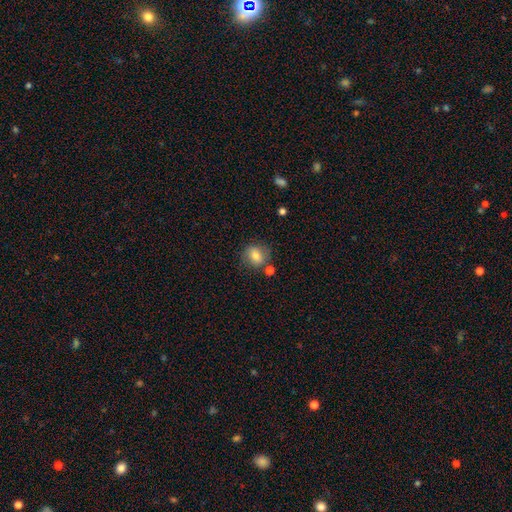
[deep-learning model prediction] Q: Smooth or featured?
A: smooth (77%); runner-up: featured or disk (14%)
Q: How rounded?
A: round (66%); runner-up: in between (33%)
Q: Merging?
A: none (73%); runner-up: minor disturbance (14%)